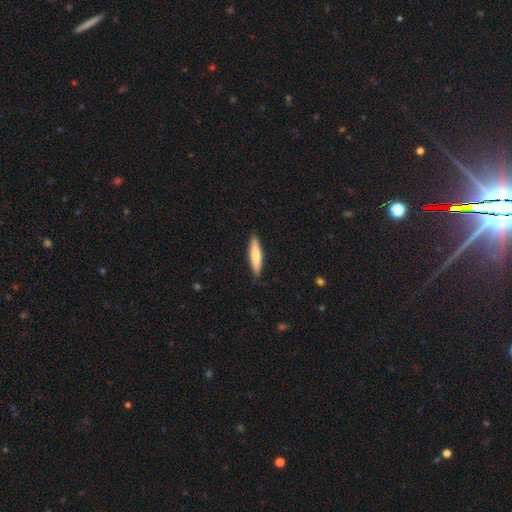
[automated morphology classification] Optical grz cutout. It shows a smooth galaxy with no disk features (74%) that is cigar-shaped (80%). Merging: none (87%).